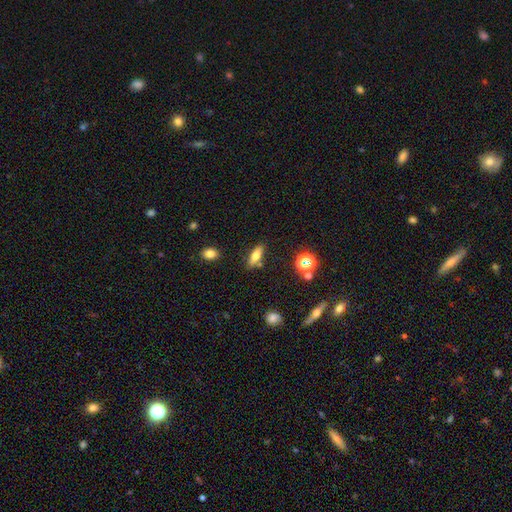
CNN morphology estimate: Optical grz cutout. It shows a smooth galaxy with no disk features (65%) that is in between round and cigar-shaped (60%). Merging: none (79%).